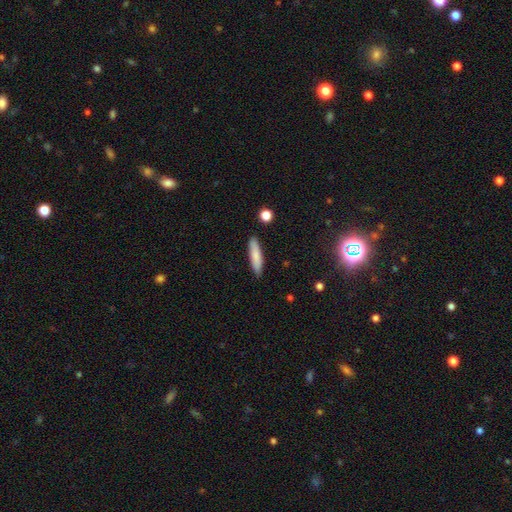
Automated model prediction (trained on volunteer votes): smooth_or_featured: smooth (p=0.81) [alt: featured or disk p=0.13]
how_rounded: cigar-shaped (p=0.80) [alt: in between p=0.18]
merging: none (p=0.88) [alt: minor disturbance p=0.09]